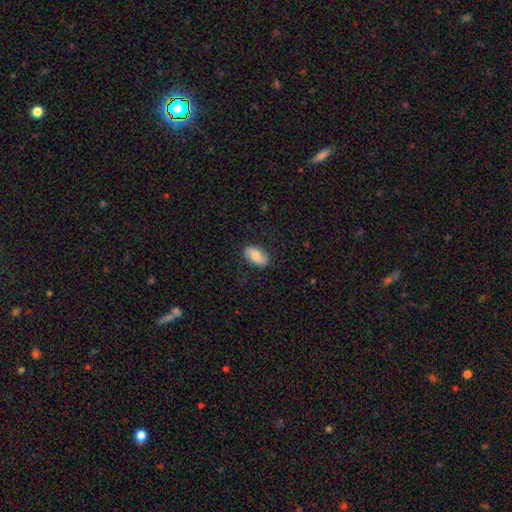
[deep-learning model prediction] smooth 69%, featured or disk 25%, star or artifact 6%. Down the decision tree: how rounded — in between (92%); merging — none (83%).